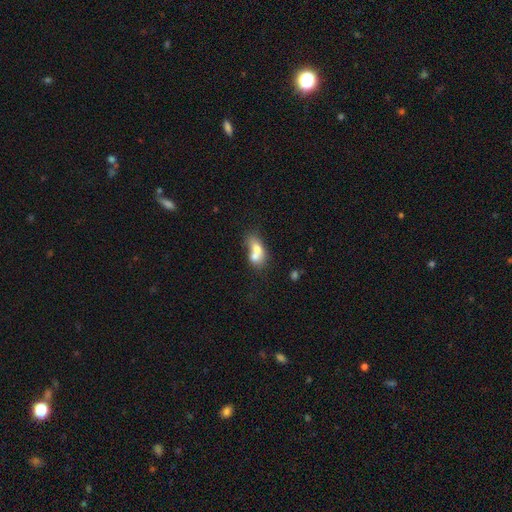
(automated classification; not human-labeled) Smooth or featured? smooth (66%)
How rounded? in between (70%)
Merging? merger (69%)